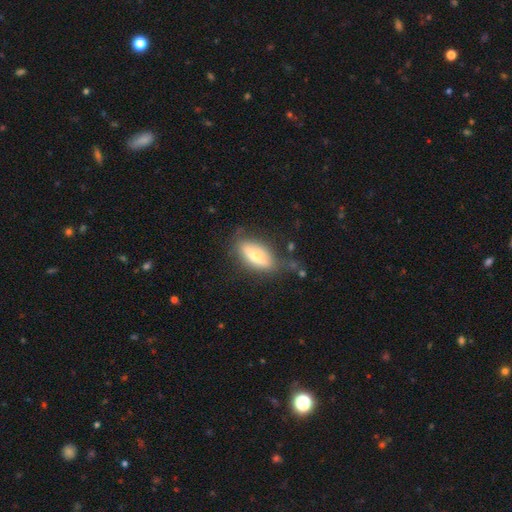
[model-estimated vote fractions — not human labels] A smooth galaxy with no disk features (53%) that is in between round and cigar-shaped (73%). Merging: none (66%).